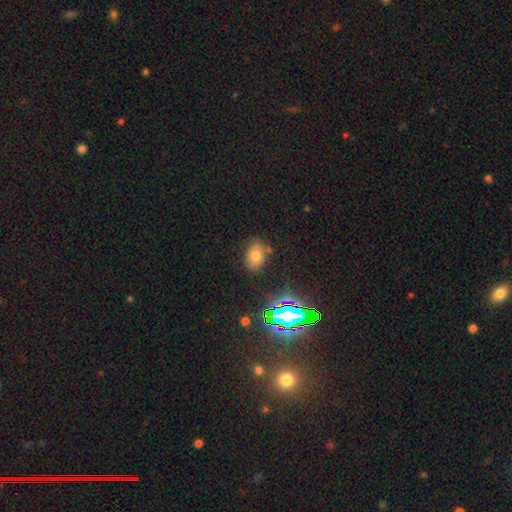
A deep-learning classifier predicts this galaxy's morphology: smooth 66%, star or artifact 20%, featured or disk 14%. Down the decision tree: how rounded — in between (80%); merging — none (75%).